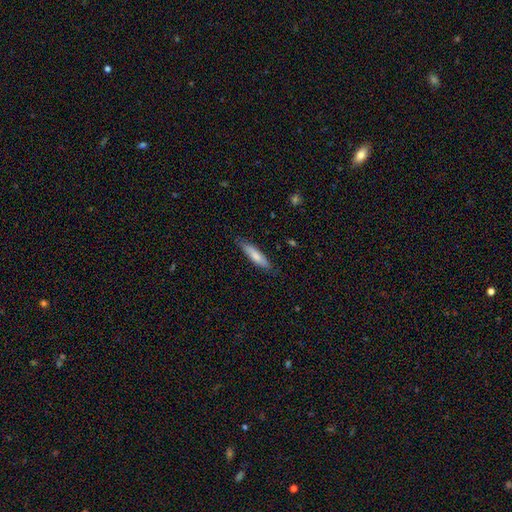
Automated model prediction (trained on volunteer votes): smooth-or-featured: smooth: 75% | featured or disk: 19% | star or artifact: 5%
  how-rounded: cigar-shaped: 75% | in between: 24% | round: 1%
  merging: none: 82% | minor disturbance: 14% | major disturbance: 3% | merger: 1%